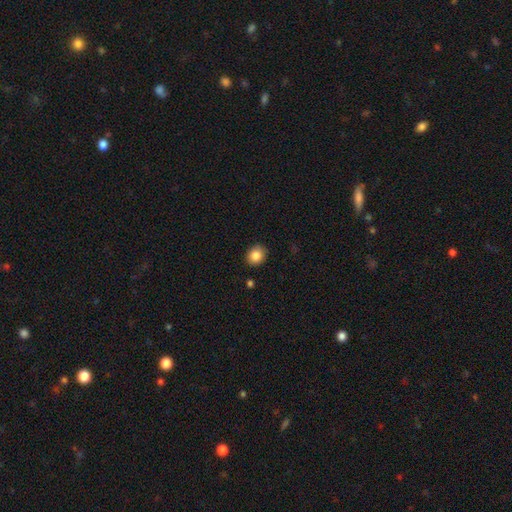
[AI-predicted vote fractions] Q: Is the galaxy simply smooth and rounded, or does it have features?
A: smooth — 86%.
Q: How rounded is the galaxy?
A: round — 68%.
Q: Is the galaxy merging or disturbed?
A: none — 87%.